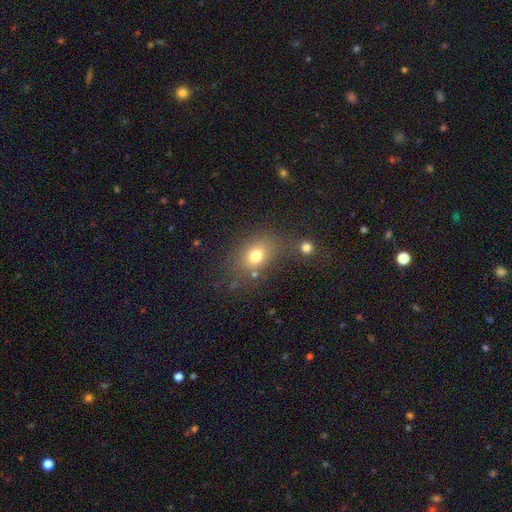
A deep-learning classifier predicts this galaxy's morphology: smooth 75%, star or artifact 13%, featured or disk 11%. Down the decision tree: how rounded — in between (66%); merging — none (65%).